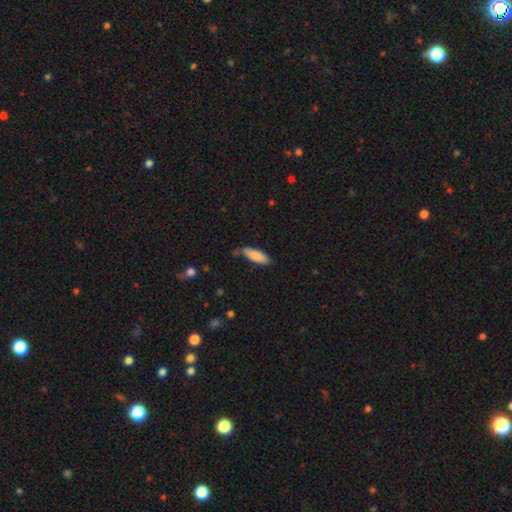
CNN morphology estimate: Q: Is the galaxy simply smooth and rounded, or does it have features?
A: smooth — 86%.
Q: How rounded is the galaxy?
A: in between — 53%.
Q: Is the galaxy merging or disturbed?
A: none — 72%.